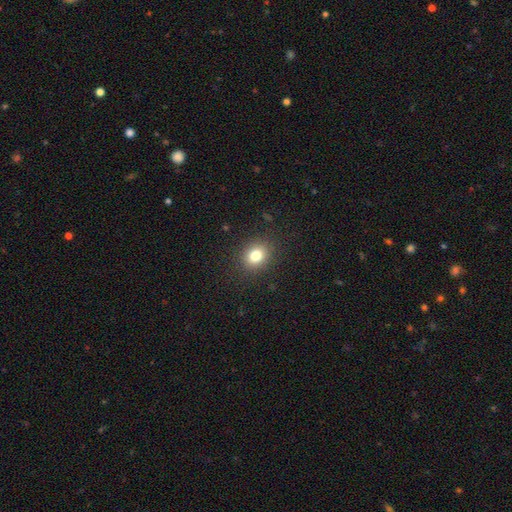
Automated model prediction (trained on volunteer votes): This appears to be a smooth galaxy with no disk features (80%) that is round (62%). Merging: none (88%).